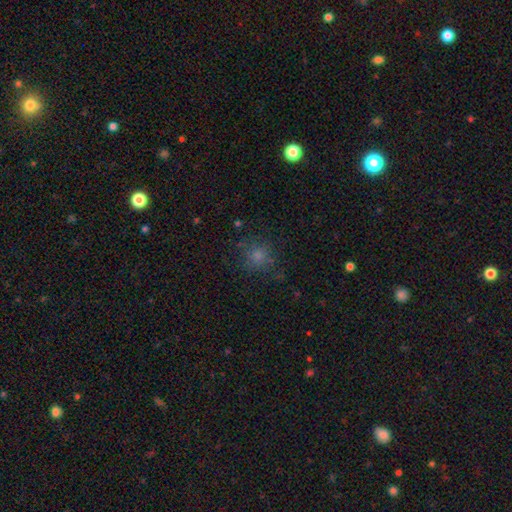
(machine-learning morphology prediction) Smooth or featured? smooth (72%)
How rounded? round (89%)
Merging? none (80%)